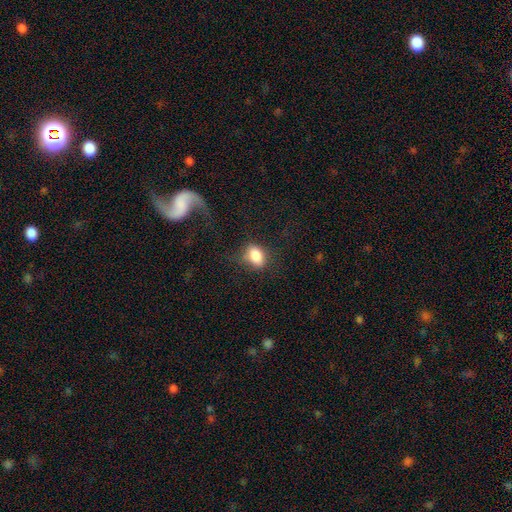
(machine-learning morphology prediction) Overall: smooth (84%). How rounded: in between (79%). Merging: none (66%).